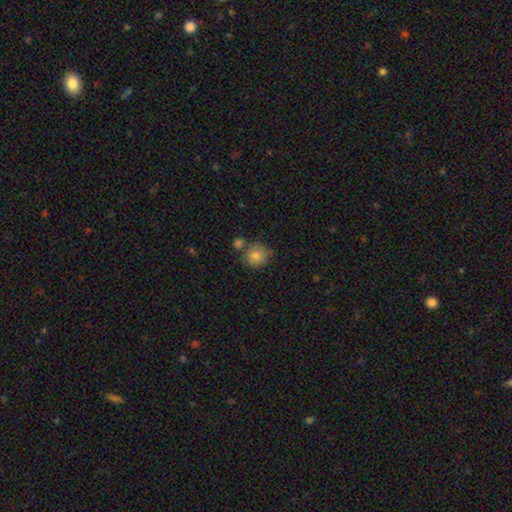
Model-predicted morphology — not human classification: This is clearly a smooth galaxy (81%). How rounded: clearly round (89%). Merging: likely none (69%).